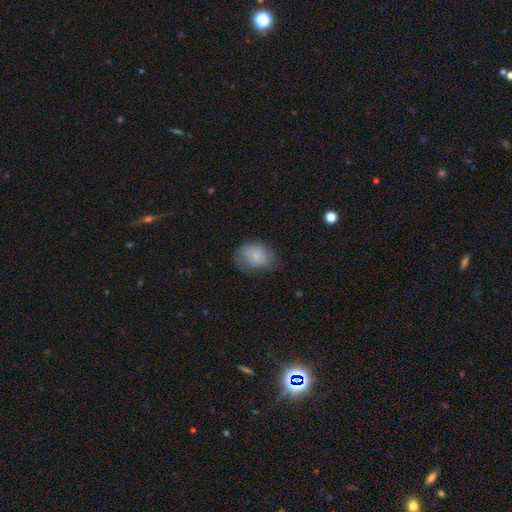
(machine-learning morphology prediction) The model was most divided on "merging": none: 61%, minor disturbance: 27%, major disturbance: 11%, merger: 1%. More confident: smooth or featured — smooth (80%); how rounded — in between (68%).